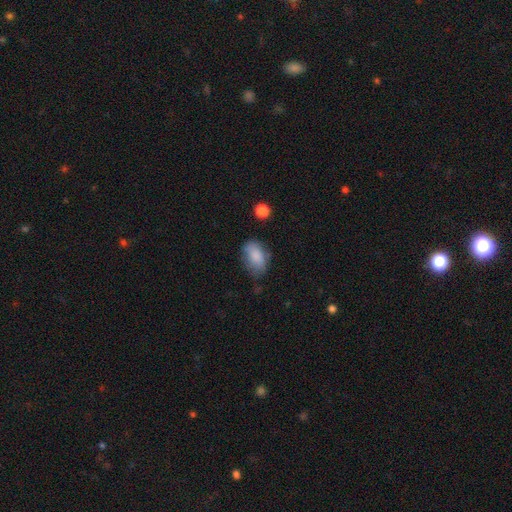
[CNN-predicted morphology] Smooth or featured? smooth (83%)
How rounded? in between (88%)
Merging? none (57%)